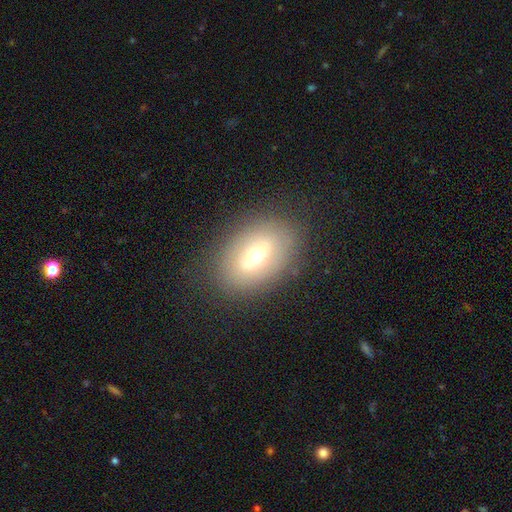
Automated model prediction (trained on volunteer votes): smooth_or_featured: smooth (p=0.53) [alt: featured or disk p=0.36]
how_rounded: in between (p=0.80) [alt: round p=0.18]
merging: none (p=0.83) [alt: minor disturbance p=0.11]